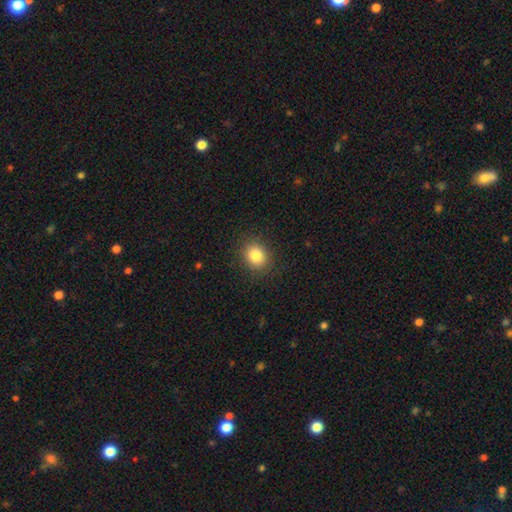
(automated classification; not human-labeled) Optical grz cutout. It shows a smooth galaxy with no disk features (84%) that is round (66%). Merging: none (88%).